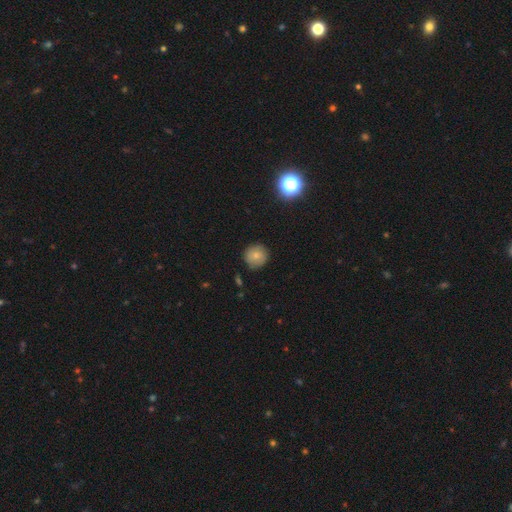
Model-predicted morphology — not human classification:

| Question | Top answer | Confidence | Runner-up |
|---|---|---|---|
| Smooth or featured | smooth | 76% | featured or disk (13%) |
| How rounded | round | 94% | in between (5%) |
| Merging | none | 86% | minor disturbance (11%) |